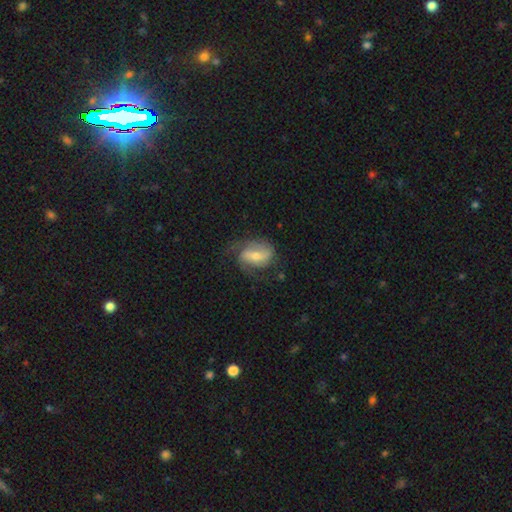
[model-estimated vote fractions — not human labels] Smooth or featured? featured or disk (72%)
Edge-on disk? no (96%)
Bar? weak (43%)
Spiral arms? yes (89%)
Spiral winding? medium (43%)
Spiral arm count? 2 (69%)
Bulge size? moderate (52%)
Merging? none (58%)